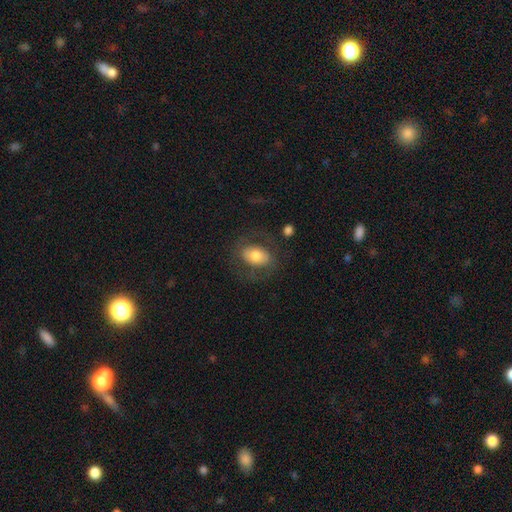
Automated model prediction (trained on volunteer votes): Smooth or featured? smooth (66%)
How rounded? in between (75%)
Merging? none (70%)